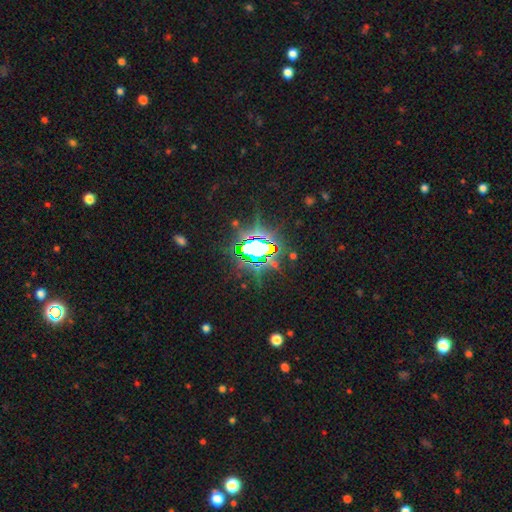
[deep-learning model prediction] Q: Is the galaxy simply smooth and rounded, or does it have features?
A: star or artifact — 79%.